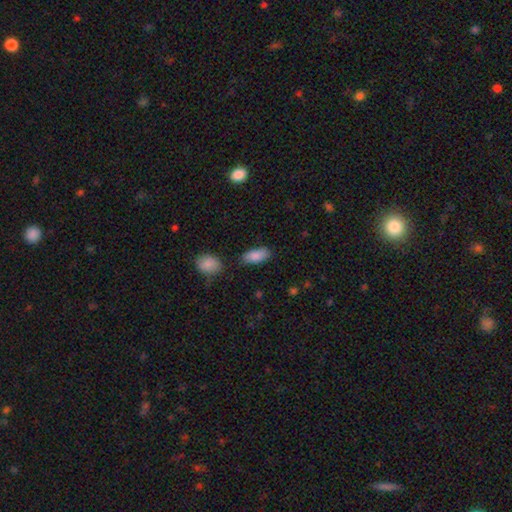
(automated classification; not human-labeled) A smooth galaxy with no disk features (86%) that is in between round and cigar-shaped (88%).

Vote fractions:
- Smooth or featured? smooth: 86% / star or artifact: 7% / featured or disk: 7%
- How rounded? in between: 88% / cigar-shaped: 9% / round: 3%
- Merging? none: 77% / minor disturbance: 15% / merger: 5% / major disturbance: 4%